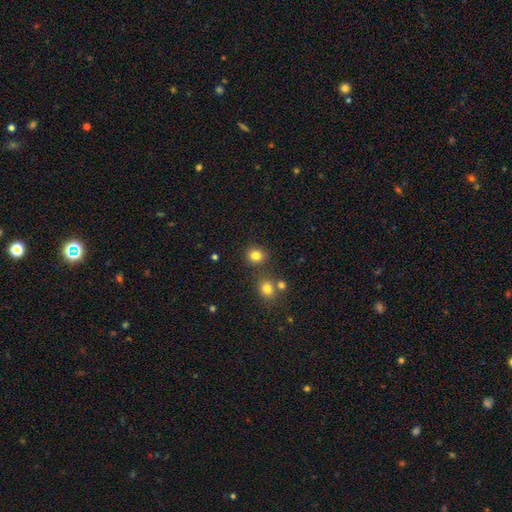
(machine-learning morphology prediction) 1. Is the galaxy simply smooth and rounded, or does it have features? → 82% smooth, 13% star or artifact, 5% featured or disk.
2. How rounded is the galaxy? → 84% round, 15% in between, 1% cigar-shaped.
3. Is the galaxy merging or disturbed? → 81% none, 8% minor disturbance, 8% merger, 3% major disturbance.